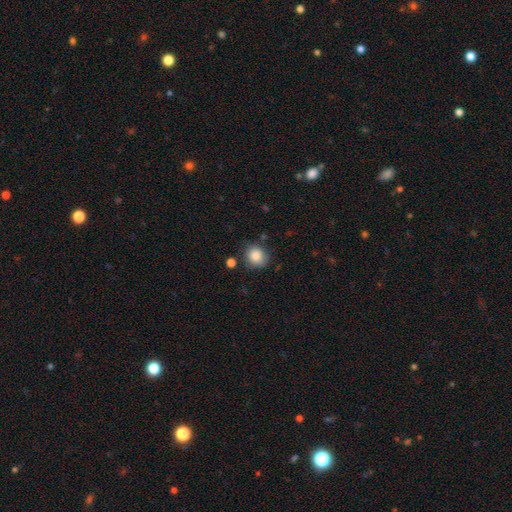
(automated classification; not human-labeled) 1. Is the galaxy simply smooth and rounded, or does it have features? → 86% smooth, 9% star or artifact, 5% featured or disk.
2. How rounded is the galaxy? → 78% round, 21% in between, 1% cigar-shaped.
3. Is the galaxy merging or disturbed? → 75% none, 16% minor disturbance, 4% merger, 4% major disturbance.